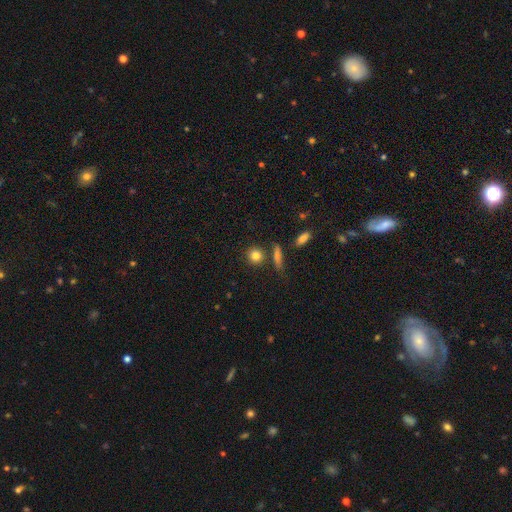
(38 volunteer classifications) Volunteers were most divided on "merging": none: 84%, minor disturbance: 8%, merger: 8%, major disturbance: 0%. More confident: how rounded — round (91%); smooth or featured — smooth (87%).